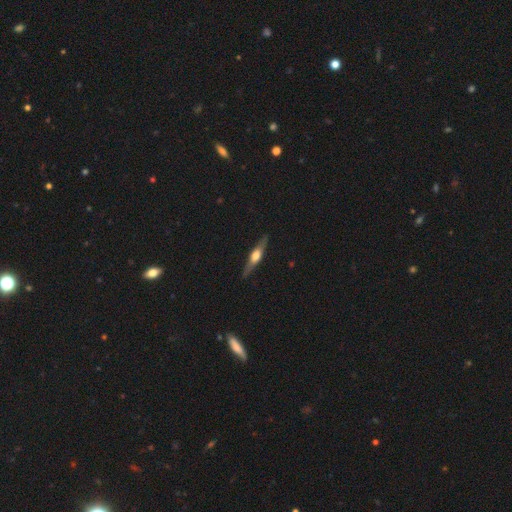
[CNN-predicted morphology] This is likely a featured or disk galaxy (69%). It is clearly viewed edge-on (96%). Edge-on bulge: clearly rounded (90%). Merging: clearly none (88%).